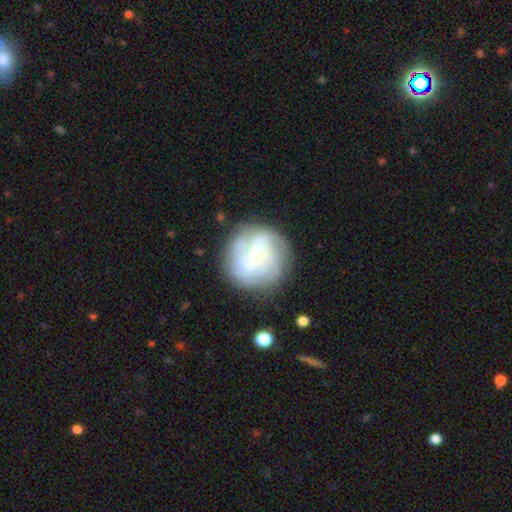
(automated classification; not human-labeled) Overall: featured or disk (75%). Edge-on disk: no (98%). Bar: no (64%; weak 30%). Spiral arms: yes (94%). Spiral arm count: can't tell (29%; 3 25%). Spiral winding: tight (61%; medium 30%). Bulge size: small (54%; moderate 33%). Merging: none (79%).